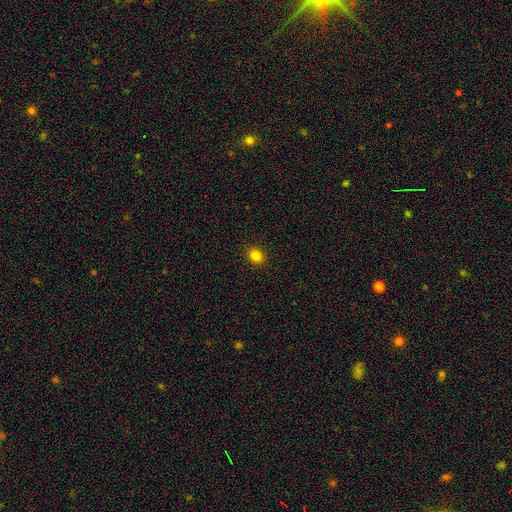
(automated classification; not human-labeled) smooth 83%, star or artifact 12%, featured or disk 5%. Down the decision tree: how rounded — round (59%); merging — none (91%).